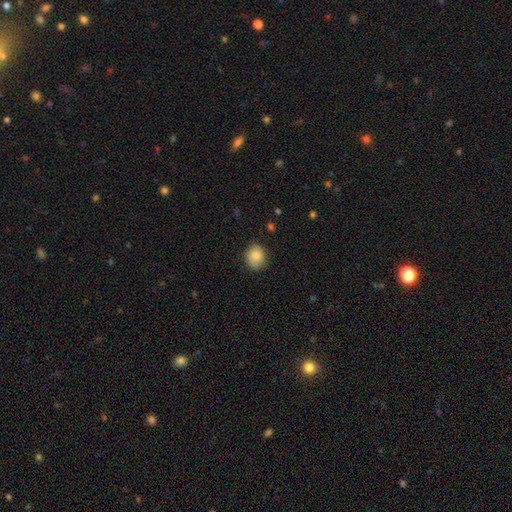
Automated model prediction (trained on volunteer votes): A smooth galaxy with no disk features (84%) that is round (60%).

Vote fractions:
- Smooth or featured? smooth: 84% / star or artifact: 8% / featured or disk: 7%
- How rounded? round: 60% / in between: 39% / cigar-shaped: 1%
- Merging? none: 79% / minor disturbance: 17% / major disturbance: 3% / merger: 1%